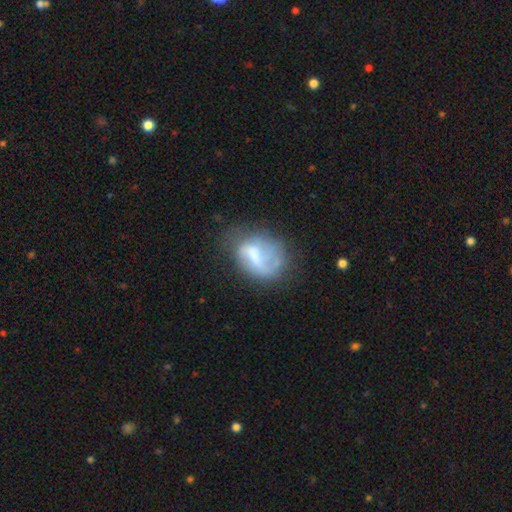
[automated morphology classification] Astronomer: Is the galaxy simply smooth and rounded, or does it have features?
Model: featured or disk — 48% (runner-up: smooth, 43%).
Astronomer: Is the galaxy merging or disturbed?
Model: none — 40% (runner-up: major disturbance, 29%).